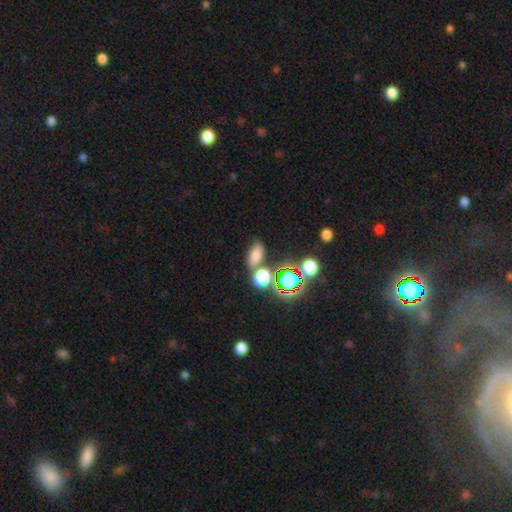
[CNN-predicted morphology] type=smooth (66%); roundness=in between (75%); merging=none (64%).